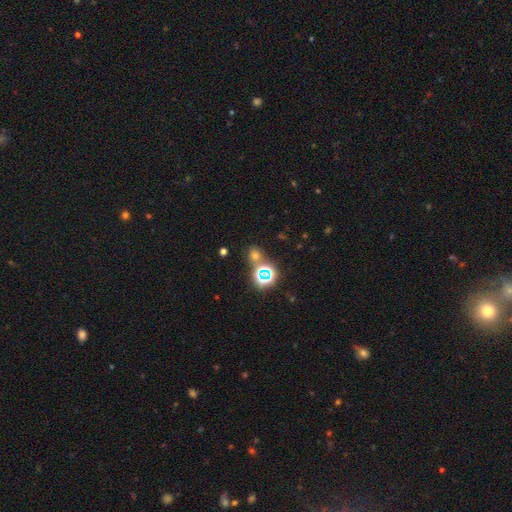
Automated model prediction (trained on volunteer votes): smooth_or_featured: star or artifact (p=0.56) [alt: smooth p=0.36]